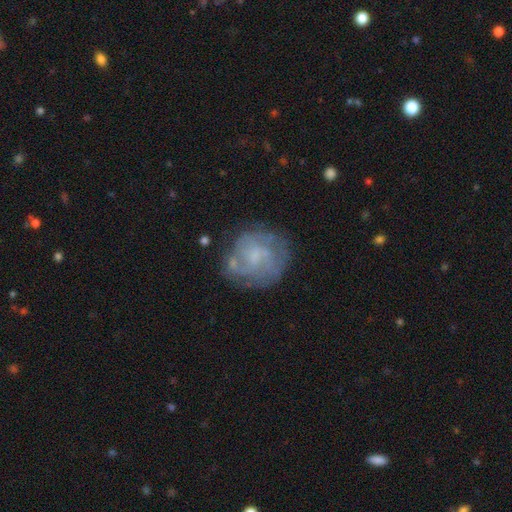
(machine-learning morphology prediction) Q: Smooth or featured?
A: featured or disk (67%); runner-up: smooth (25%)
Q: Edge-on disk?
A: no (98%); runner-up: yes (2%)
Q: Bar?
A: no (60%); runner-up: weak (34%)
Q: Spiral arms?
A: yes (74%); runner-up: no (26%)
Q: Bulge size?
A: small (41%); runner-up: none (32%)
Q: Merging?
A: none (67%); runner-up: minor disturbance (19%)